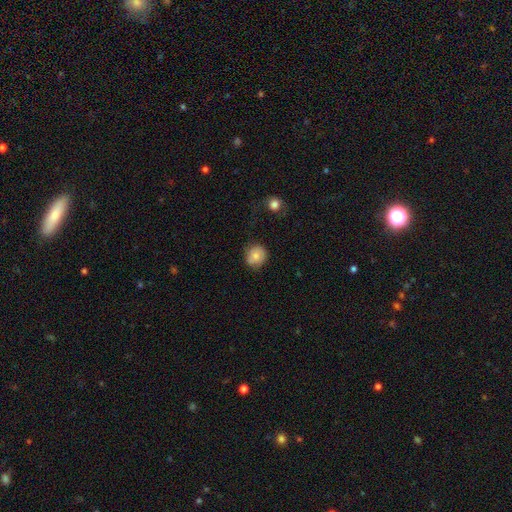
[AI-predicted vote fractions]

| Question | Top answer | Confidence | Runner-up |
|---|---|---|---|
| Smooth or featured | smooth | 79% | featured or disk (12%) |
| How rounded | round | 86% | in between (13%) |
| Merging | none | 73% | minor disturbance (19%) |